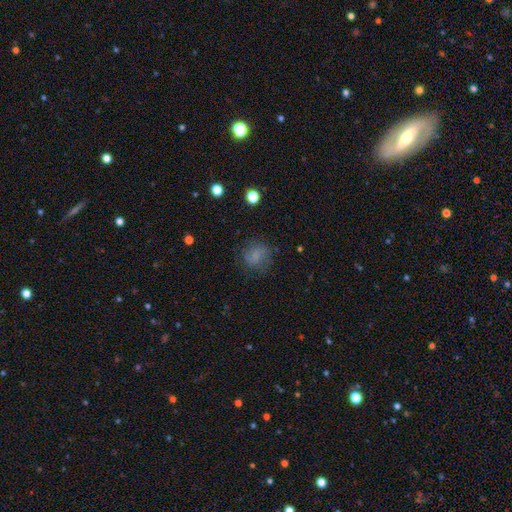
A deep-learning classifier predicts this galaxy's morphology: smooth 72%, featured or disk 15%, star or artifact 13%. Down the decision tree: how rounded — round (68%); merging — none (73%).